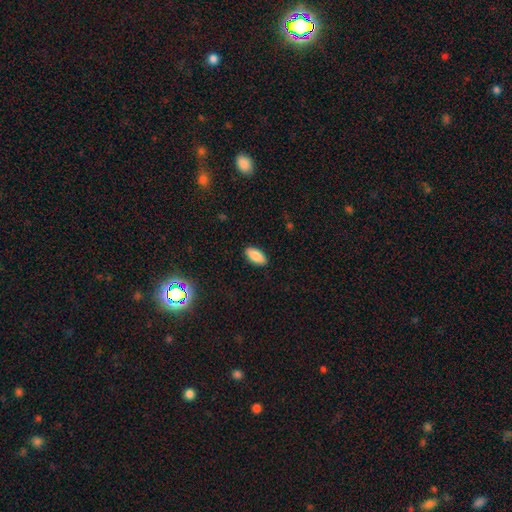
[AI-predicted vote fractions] smooth_or_featured: smooth (p=0.87) [alt: star or artifact p=0.07]
how_rounded: in between (p=0.89) [alt: cigar-shaped p=0.09]
merging: none (p=0.89) [alt: minor disturbance p=0.08]